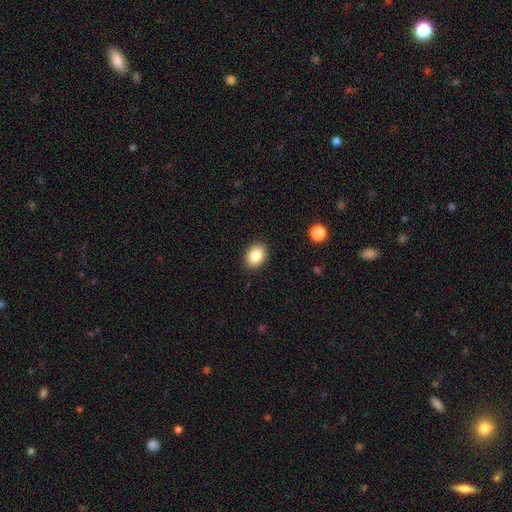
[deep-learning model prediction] Q: Smooth or featured?
A: smooth (86%); runner-up: star or artifact (8%)
Q: How rounded?
A: in between (69%); runner-up: round (31%)
Q: Merging?
A: none (90%); runner-up: minor disturbance (7%)